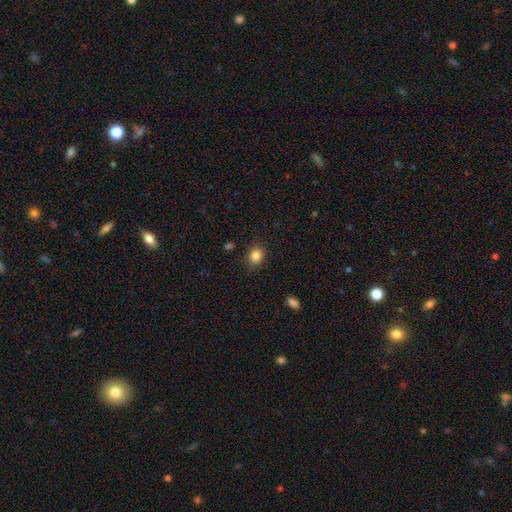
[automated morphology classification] Overall: smooth (85%). How rounded: round (66%; in between 33%). Merging: none (85%).